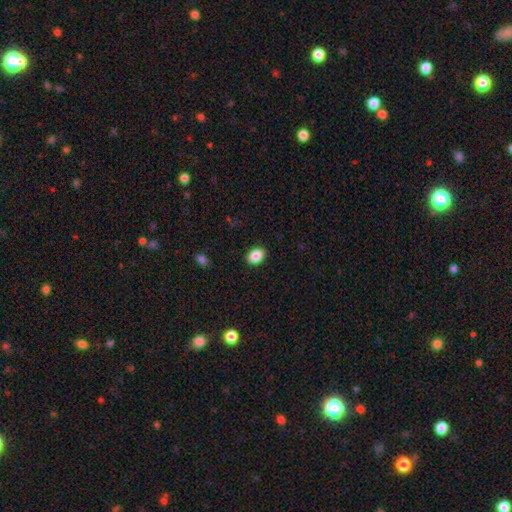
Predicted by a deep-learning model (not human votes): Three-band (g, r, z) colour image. It shows a smooth galaxy with no disk features (87%) that is in between round and cigar-shaped (74%). Merging: none (90%).